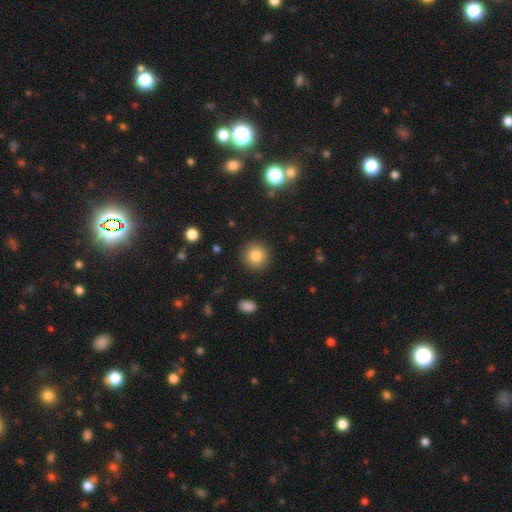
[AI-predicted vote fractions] This appears to be a smooth galaxy with no disk features (82%) that is round (94%). Merging: none (91%).